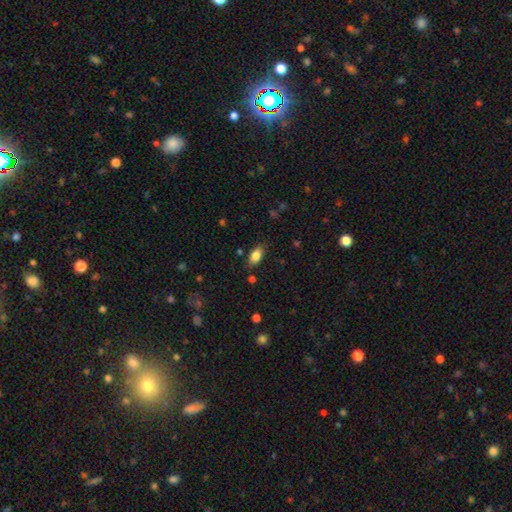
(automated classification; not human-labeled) smooth 84%, star or artifact 8%, featured or disk 8%. Down the decision tree: how rounded — in between (89%); merging — none (79%).